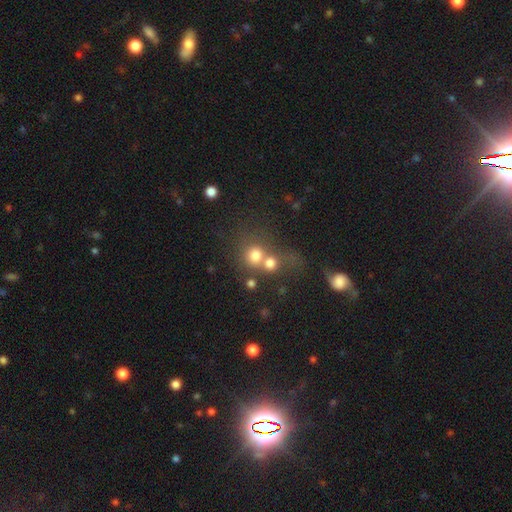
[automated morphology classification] Q: Smooth or featured?
A: smooth (72%); runner-up: star or artifact (15%)
Q: How rounded?
A: round (83%); runner-up: in between (16%)
Q: Merging?
A: merger (54%); runner-up: none (33%)